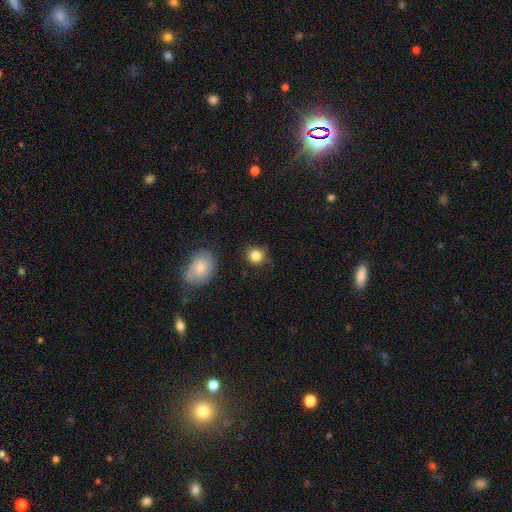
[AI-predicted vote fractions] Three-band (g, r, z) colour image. It shows a smooth galaxy with no disk features (84%) that is round (85%). Merging: none (79%).